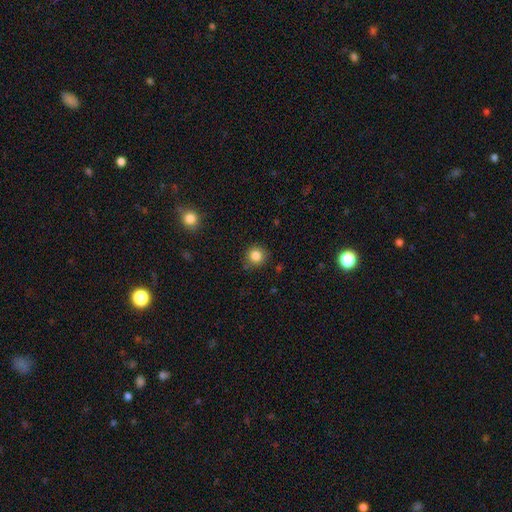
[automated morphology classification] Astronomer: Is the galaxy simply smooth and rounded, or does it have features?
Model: smooth — 84%.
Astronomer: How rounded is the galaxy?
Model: round — 92%.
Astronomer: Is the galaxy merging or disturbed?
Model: none — 86%.